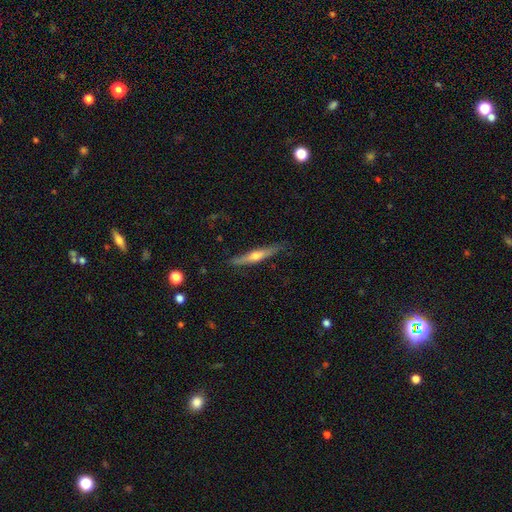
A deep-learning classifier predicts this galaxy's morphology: Smooth or featured? Predicted: featured or disk (p=0.56). Edge-on disk? Predicted: yes (p=0.94). Edge-on bulge? Predicted: rounded (p=0.87). Merging? Predicted: none (p=0.81).